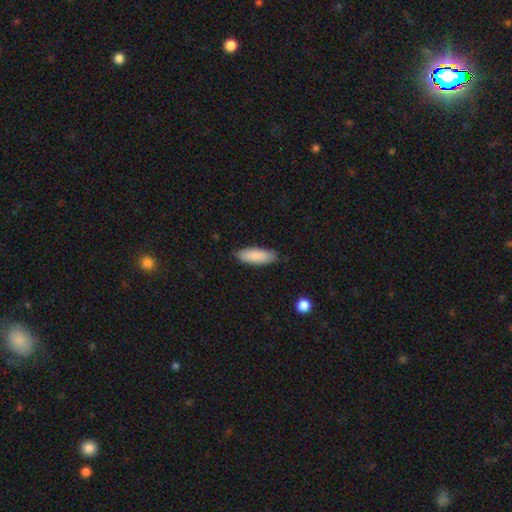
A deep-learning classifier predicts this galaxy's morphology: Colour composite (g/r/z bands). It shows a smooth galaxy with no disk features (87%) that is in between round and cigar-shaped (61%). Merging: none (84%).